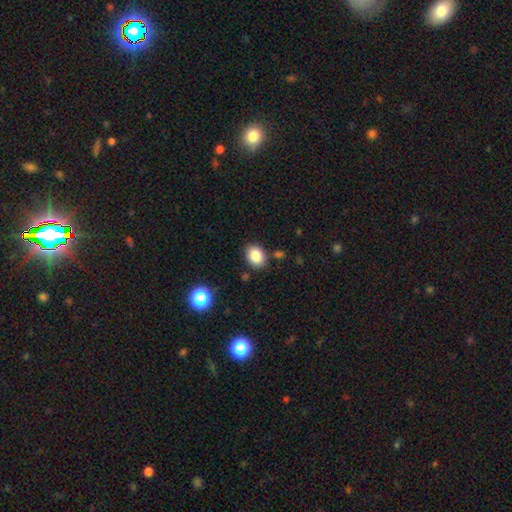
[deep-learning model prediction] A smooth galaxy with no disk features (85%) that is in between round and cigar-shaped (65%).

Vote fractions:
- Smooth or featured? smooth: 85% / star or artifact: 9% / featured or disk: 6%
- How rounded? in between: 65% / round: 34% / cigar-shaped: 1%
- Merging? none: 83% / minor disturbance: 11% / merger: 4% / major disturbance: 3%